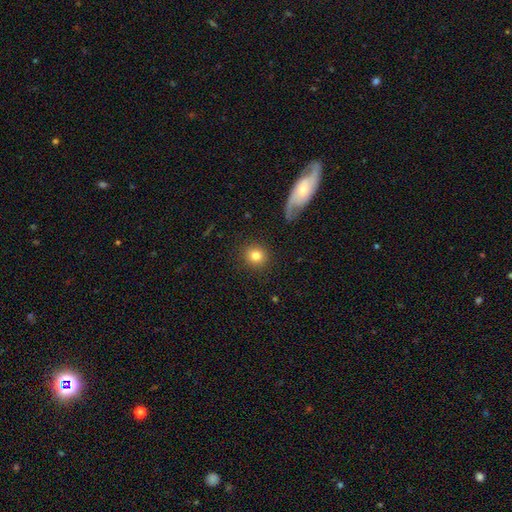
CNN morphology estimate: smooth 82%, star or artifact 10%, featured or disk 9%. Down the decision tree: how rounded — round (90%); merging — none (89%).